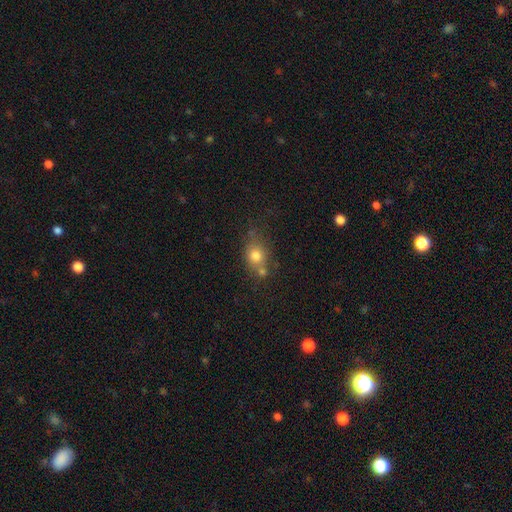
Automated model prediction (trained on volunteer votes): Smooth or featured? smooth (76%)
How rounded? round (64%)
Merging? none (51%)